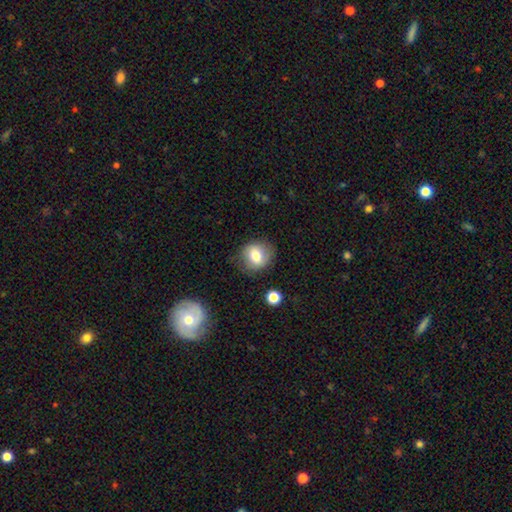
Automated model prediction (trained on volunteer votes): smooth_or_featured: smooth (p=0.74) [alt: featured or disk p=0.17]
how_rounded: round (p=0.73) [alt: in between p=0.26]
merging: none (p=0.77) [alt: minor disturbance p=0.16]